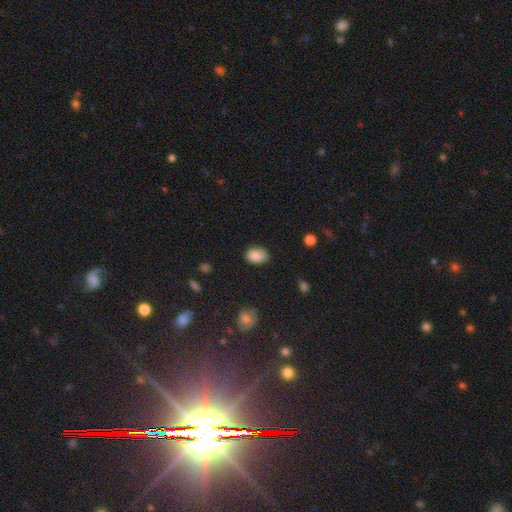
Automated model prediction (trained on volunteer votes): Smooth or featured? smooth (86%)
How rounded? in between (81%)
Merging? none (72%)